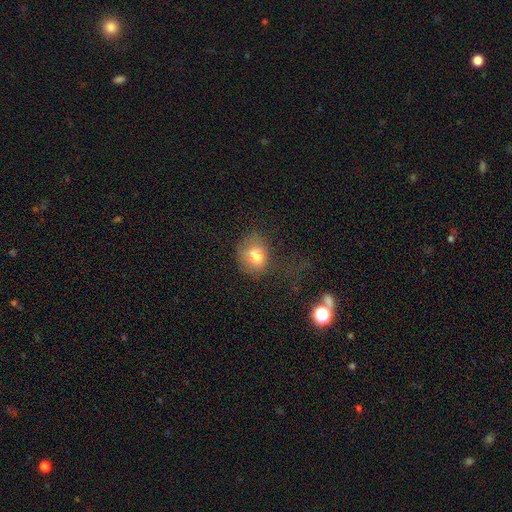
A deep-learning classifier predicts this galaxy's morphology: This is likely a smooth galaxy (77%). How rounded: possibly in between (53%). Merging: possibly none (49%).